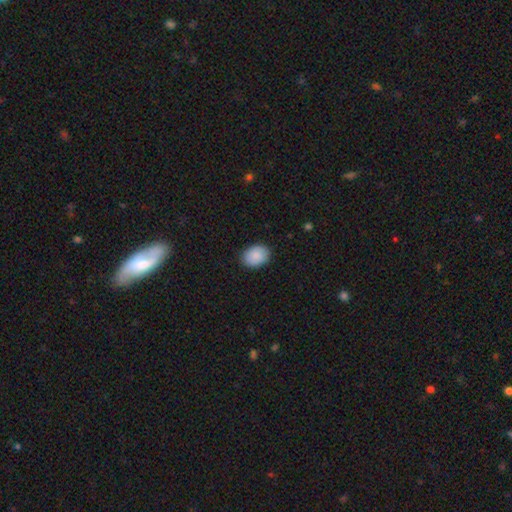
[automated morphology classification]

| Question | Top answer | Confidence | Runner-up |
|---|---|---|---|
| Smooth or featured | smooth | 89% | star or artifact (7%) |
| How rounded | in between | 74% | round (25%) |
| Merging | none | 88% | minor disturbance (9%) |